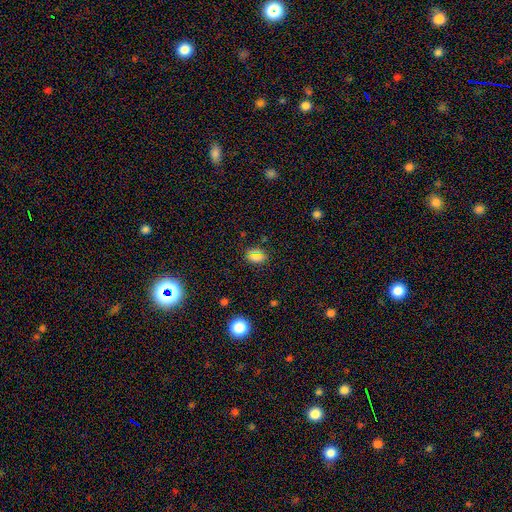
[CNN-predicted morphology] This appears to be a smooth galaxy with no disk features (66%) that is in between round and cigar-shaped (62%). Merging: none (84%).